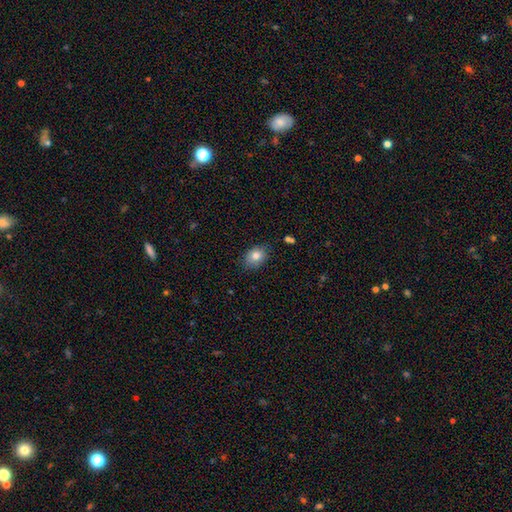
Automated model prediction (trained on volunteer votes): Smooth or featured? smooth (82%)
How rounded? in between (66%)
Merging? none (81%)